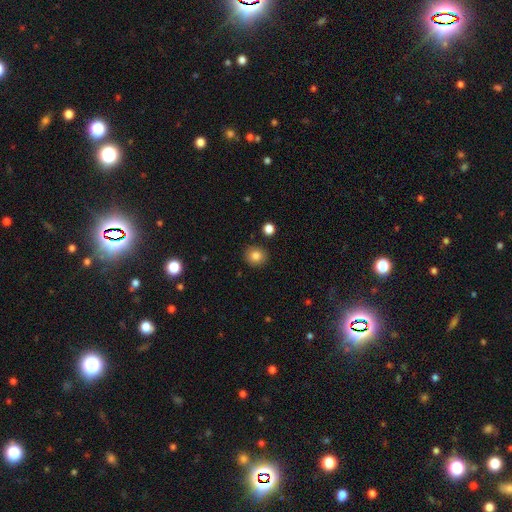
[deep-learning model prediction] This is clearly a smooth galaxy (83%). How rounded: clearly round (87%). Merging: clearly none (90%).